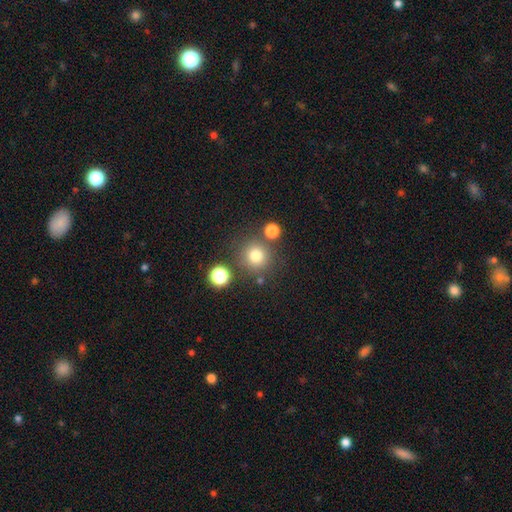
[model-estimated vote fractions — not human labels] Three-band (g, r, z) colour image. It shows a smooth galaxy with no disk features (77%) that is round (94%). Merging: none (80%).